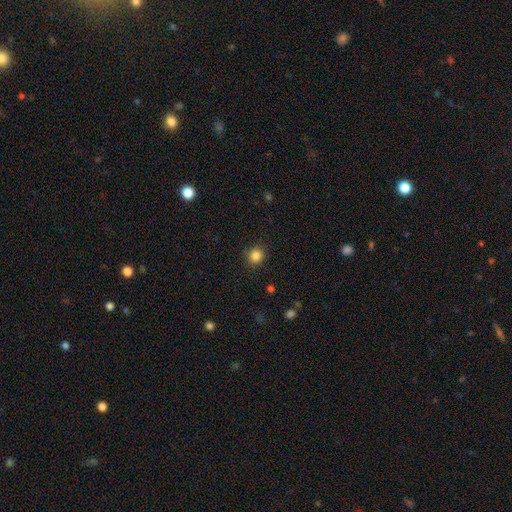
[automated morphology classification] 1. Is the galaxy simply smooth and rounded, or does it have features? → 85% smooth, 11% star or artifact, 4% featured or disk.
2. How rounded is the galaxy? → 91% round, 8% in between, 1% cigar-shaped.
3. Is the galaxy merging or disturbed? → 88% none, 8% minor disturbance, 2% major disturbance, 1% merger.